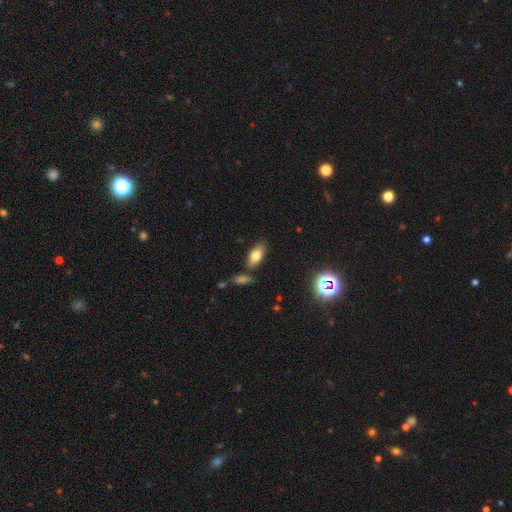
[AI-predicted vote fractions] This is likely a smooth galaxy (76%). How rounded: clearly in between (87%). Merging: likely none (77%).